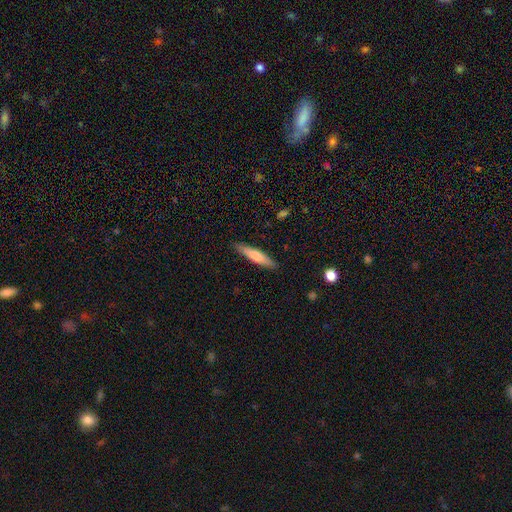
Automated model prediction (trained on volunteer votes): A smooth galaxy with no disk features (63%) that is cigar-shaped (87%). Merging: none (89%).